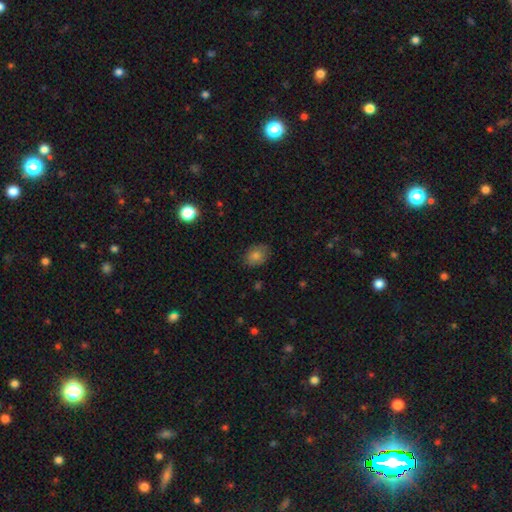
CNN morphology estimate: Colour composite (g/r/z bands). It shows a smooth galaxy with no disk features (79%) that is in between round and cigar-shaped (63%). Merging: none (81%).